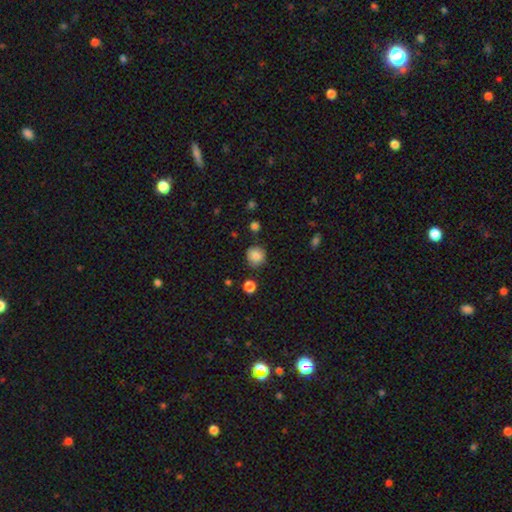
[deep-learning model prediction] smooth_or_featured: smooth (p=0.83) [alt: star or artifact p=0.10]
how_rounded: round (p=0.89) [alt: in between p=0.10]
merging: none (p=0.82) [alt: minor disturbance p=0.12]